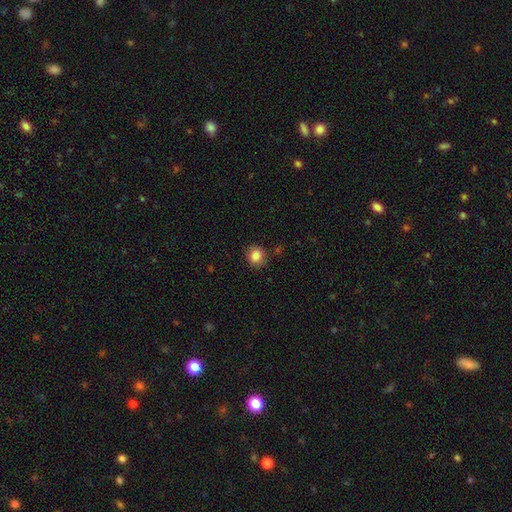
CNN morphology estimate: The model was most divided on "how rounded": round: 81%, in between: 19%, cigar-shaped: 1%. More confident: smooth or featured — smooth (85%); merging — none (82%).